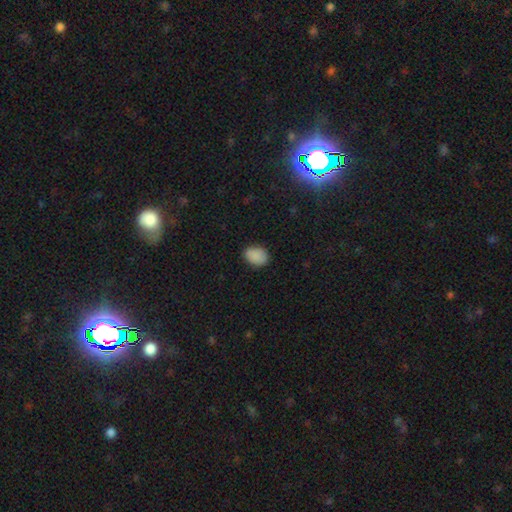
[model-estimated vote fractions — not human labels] Morphology: type=smooth (88%); roundness=in between (76%); merging=none (85%).